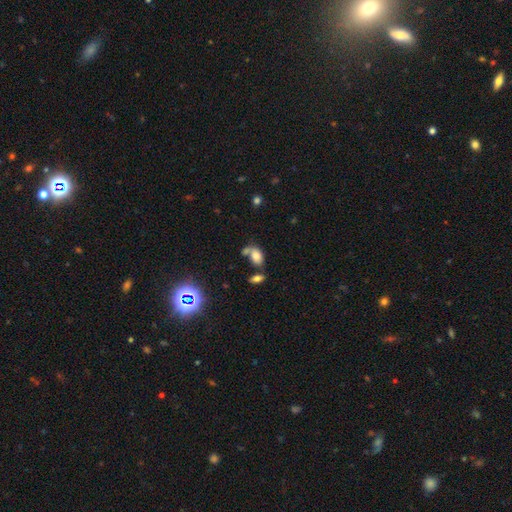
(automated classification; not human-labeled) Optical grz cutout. It shows a smooth galaxy with no disk features (76%) that is in between round and cigar-shaped (86%). Merging: none (41%).